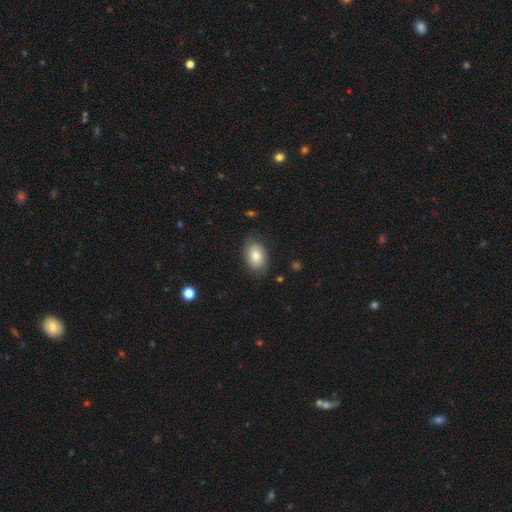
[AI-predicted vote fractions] A smooth galaxy with no disk features (76%) that is in between round and cigar-shaped (86%).

Vote fractions:
- Smooth or featured? smooth: 76% / featured or disk: 16% / star or artifact: 7%
- How rounded? in between: 86% / round: 13% / cigar-shaped: 1%
- Merging? none: 79% / minor disturbance: 16% / major disturbance: 4% / merger: 1%